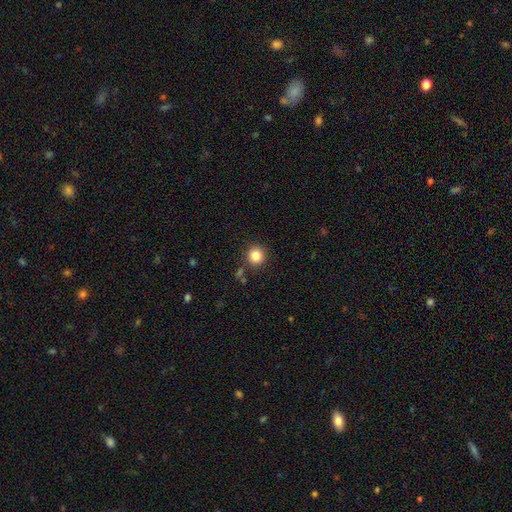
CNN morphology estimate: Smooth or featured?
  - smooth: 84% *
  - star or artifact: 11%
  - featured or disk: 5%
How rounded?
  - round: 92% *
  - in between: 7%
  - cigar-shaped: 1%
Merging?
  - none: 87% *
  - minor disturbance: 7%
  - merger: 3%
  - major disturbance: 3%